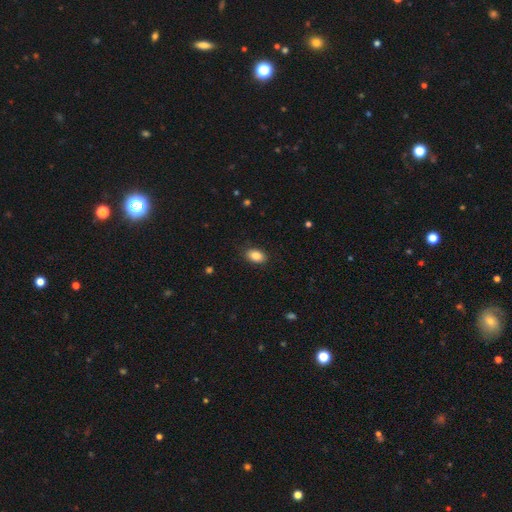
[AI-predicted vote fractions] smooth_or_featured: smooth (p=0.87) [alt: star or artifact p=0.08]
how_rounded: in between (p=0.86) [alt: round p=0.13]
merging: none (p=0.88) [alt: minor disturbance p=0.09]